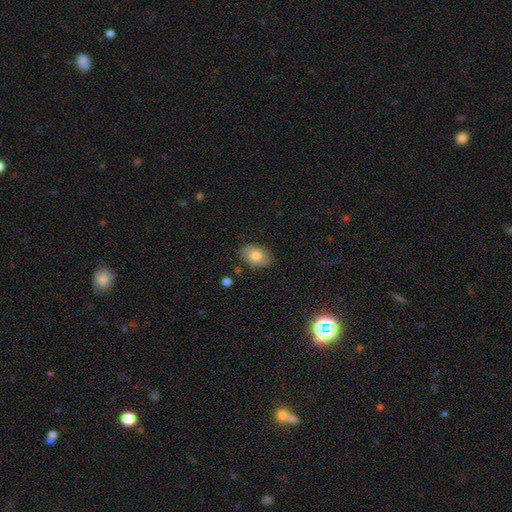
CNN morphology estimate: Smooth or featured? smooth (78%)
How rounded? in between (84%)
Merging? none (83%)